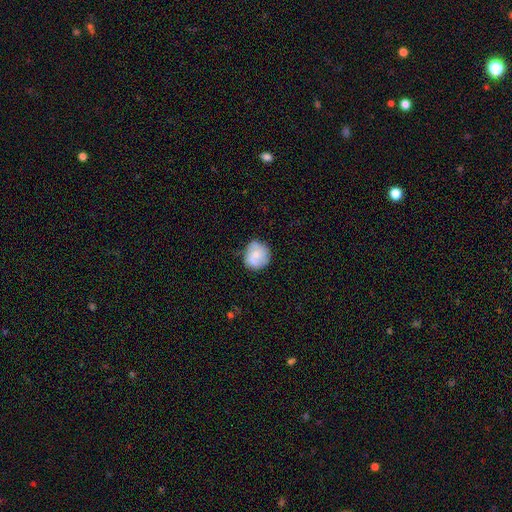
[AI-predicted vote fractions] Smooth or featured? smooth (66%)
How rounded? round (86%)
Merging? none (67%)